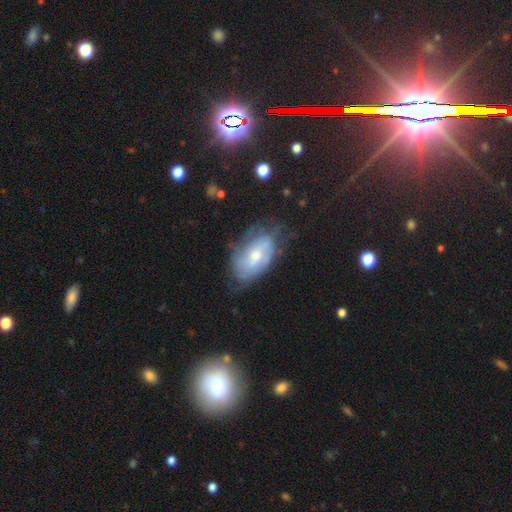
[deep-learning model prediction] A featured or disk galaxy (59%) with no bar (60%), spiral arms (67%) and a moderate central bulge (52%).

Vote fractions:
- Smooth or featured? featured or disk: 59% / smooth: 34% / star or artifact: 7%
- Edge-on disk? no: 94% / yes: 6%
- Bar? no: 60% / weak: 33% / strong: 7%
- Spiral arms? yes: 67% / no: 33%
- Bulge size? moderate: 52% / small: 41% / large: 4% / none: 2% / dominant: 1%
- Merging? none: 54% / minor disturbance: 28% / major disturbance: 15% / merger: 2%